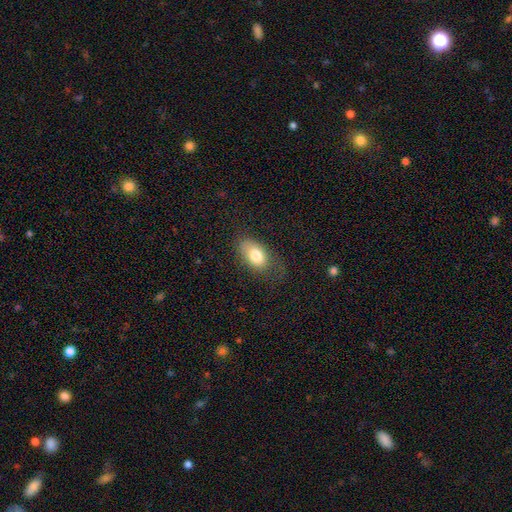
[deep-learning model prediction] Overall: smooth (77%). How rounded: in between (91%). Merging: none (58%; minor disturbance 26%).